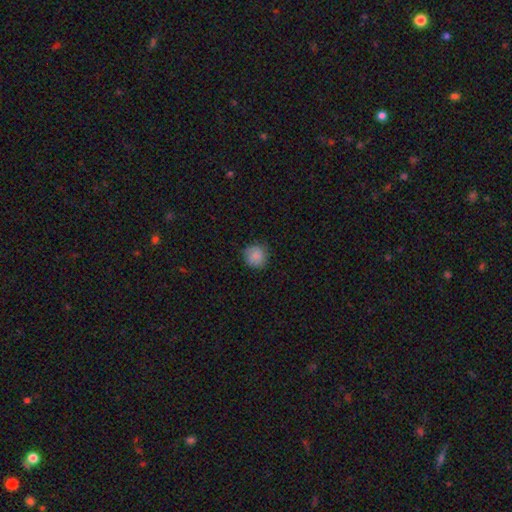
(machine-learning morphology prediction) This appears to be a smooth galaxy with no disk features (86%) that is round (91%). Merging: none (83%).